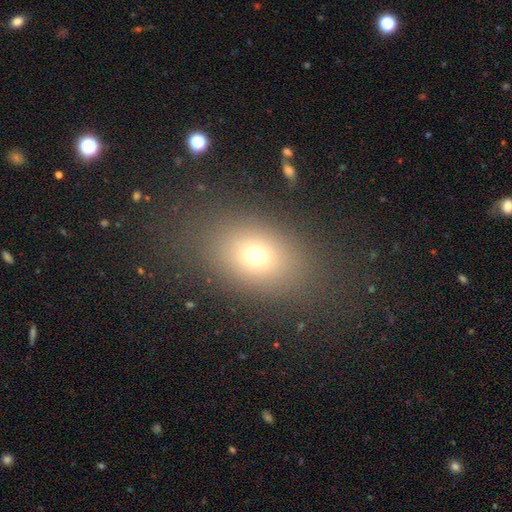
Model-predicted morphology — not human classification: This is likely a smooth galaxy (69%). How rounded: likely in between (72%). Merging: clearly none (82%).